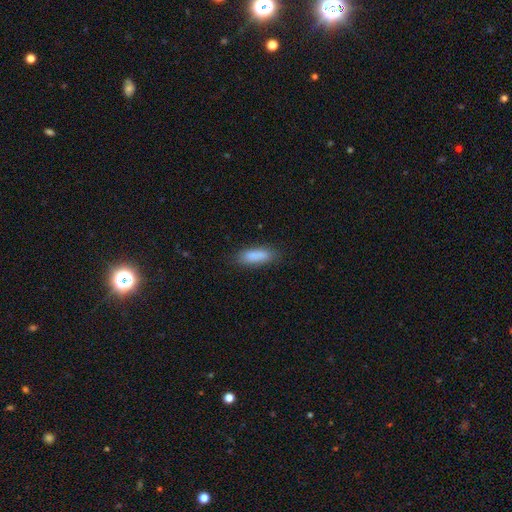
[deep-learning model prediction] Smooth or featured? smooth (87%)
How rounded? in between (62%)
Merging? none (80%)